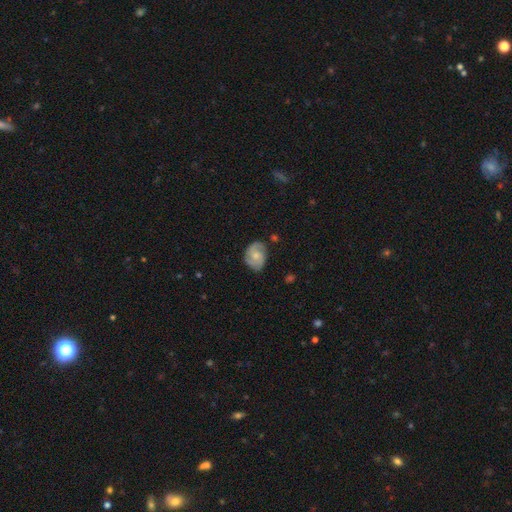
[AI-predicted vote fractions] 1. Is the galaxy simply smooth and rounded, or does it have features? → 63% featured or disk, 30% smooth, 6% star or artifact.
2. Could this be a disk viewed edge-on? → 97% no, 3% yes.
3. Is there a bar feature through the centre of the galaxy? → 67% no, 29% weak, 4% strong.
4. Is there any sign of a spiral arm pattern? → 92% yes, 8% no.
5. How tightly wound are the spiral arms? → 44% medium, 42% tight, 14% loose.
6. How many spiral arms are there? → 58% 2, 19% 3, 15% can't tell, 3% 1, 3% 4, 2% more than 4.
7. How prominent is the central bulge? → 46% small, 43% moderate, 7% none, 3% large, 1% dominant.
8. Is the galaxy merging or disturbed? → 72% none, 21% minor disturbance, 5% major disturbance, 2% merger.